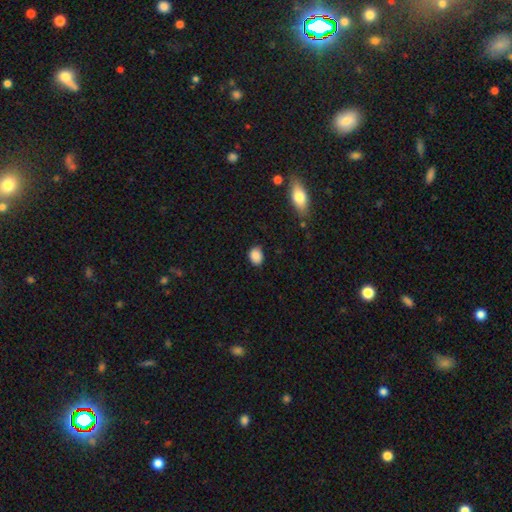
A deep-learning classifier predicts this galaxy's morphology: The model was most divided on "how rounded": in between: 60%, round: 39%, cigar-shaped: 1%. More confident: smooth or featured — smooth (88%); merging — none (81%).